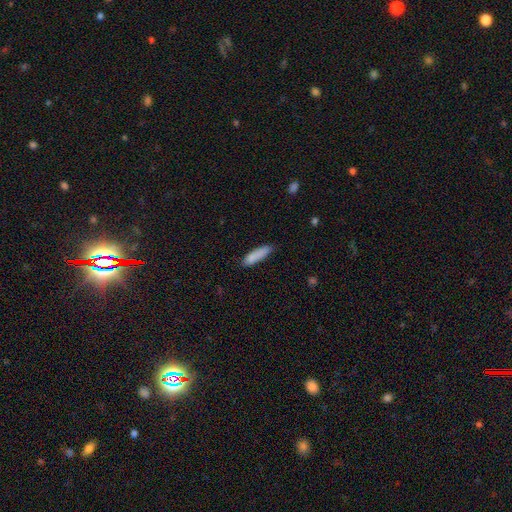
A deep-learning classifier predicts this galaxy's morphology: smooth-or-featured: smooth: 85% | featured or disk: 8% | star or artifact: 7%
  how-rounded: cigar-shaped: 67% | in between: 32% | round: 2%
  merging: none: 76% | minor disturbance: 19% | major disturbance: 3% | merger: 2%